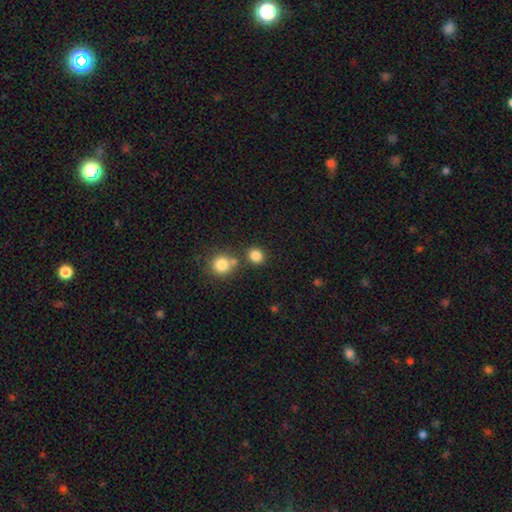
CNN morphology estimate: smooth-or-featured: smooth: 84% | star or artifact: 12% | featured or disk: 5%
  how-rounded: round: 82% | in between: 17% | cigar-shaped: 1%
  merging: none: 75% | merger: 14% | minor disturbance: 8% | major disturbance: 3%